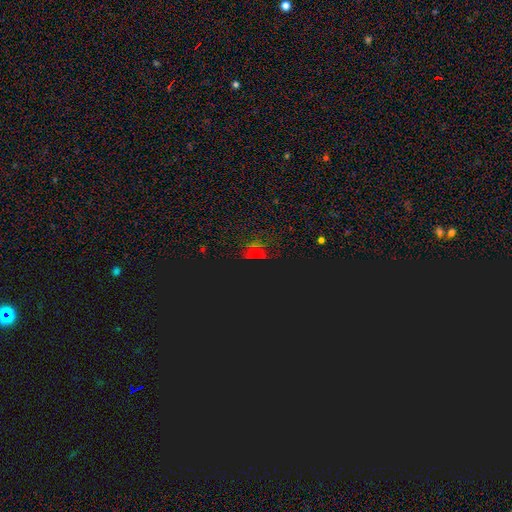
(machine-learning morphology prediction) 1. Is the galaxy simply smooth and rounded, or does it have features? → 69% star or artifact, 21% smooth, 9% featured or disk.